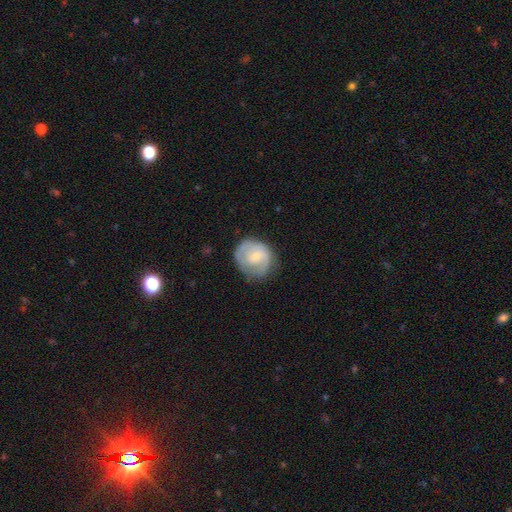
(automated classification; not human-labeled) A featured or disk galaxy (51%).

Vote fractions:
- Smooth or featured? featured or disk: 51% / smooth: 43% / star or artifact: 6%
- Edge-on disk? no: 97% / yes: 3%
- Merging? none: 61% / minor disturbance: 26% / major disturbance: 12% / merger: 2%